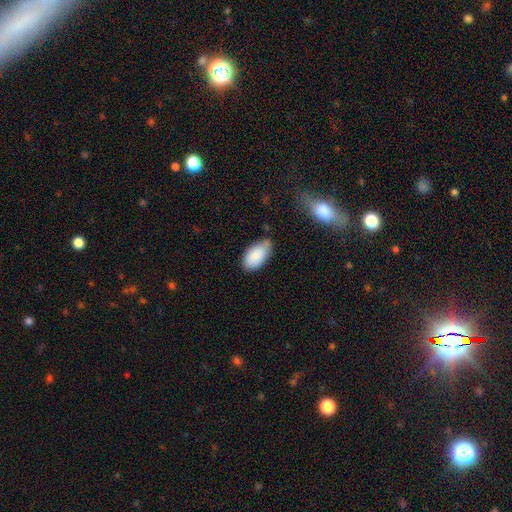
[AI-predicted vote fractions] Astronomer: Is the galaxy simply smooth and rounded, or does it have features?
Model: smooth — 86%.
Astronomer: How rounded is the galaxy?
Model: in between — 95%.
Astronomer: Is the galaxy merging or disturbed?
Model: none — 60%.